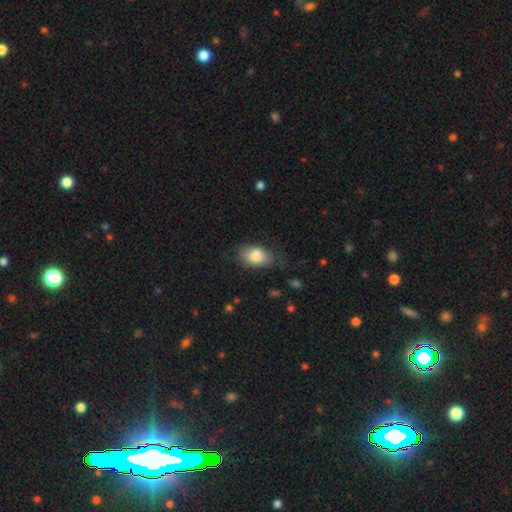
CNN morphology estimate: This is clearly a smooth galaxy (83%). How rounded: clearly in between (87%). Merging: likely none (61%).